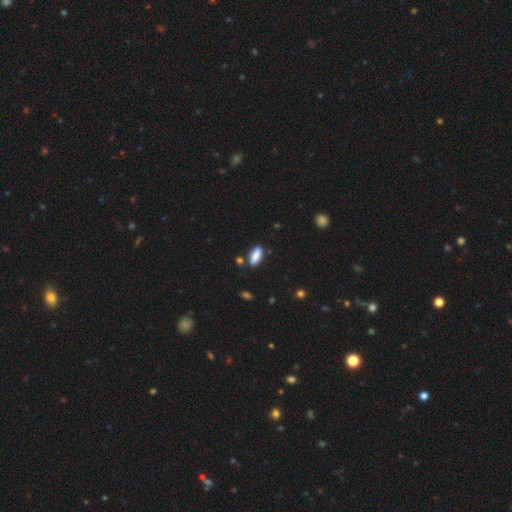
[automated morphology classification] type=smooth (88%); roundness=in between (80%); merging=none (81%).